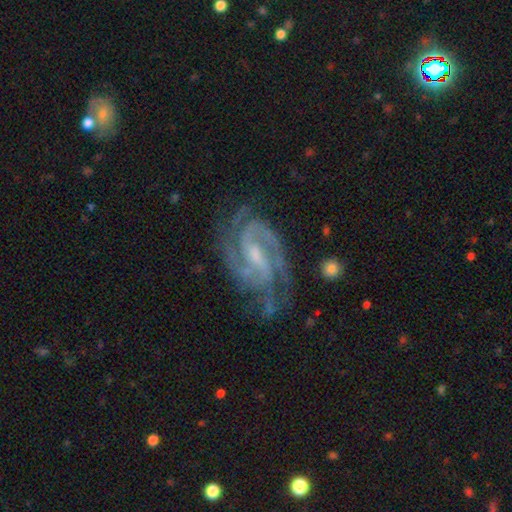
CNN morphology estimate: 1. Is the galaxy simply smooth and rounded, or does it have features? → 92% featured or disk, 5% star or artifact, 3% smooth.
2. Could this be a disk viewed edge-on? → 97% no, 3% yes.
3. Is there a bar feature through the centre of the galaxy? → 49% weak, 33% strong, 18% no.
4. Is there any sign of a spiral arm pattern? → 98% yes, 2% no.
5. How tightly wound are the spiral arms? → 48% tight, 46% medium, 6% loose.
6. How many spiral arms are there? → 57% 2, 23% 3, 7% can't tell, 6% 4, 3% 1, 3% more than 4.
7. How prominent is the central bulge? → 53% small, 35% moderate, 9% none, 2% large, 1% dominant.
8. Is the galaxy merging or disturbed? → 71% none, 19% minor disturbance, 8% major disturbance, 2% merger.